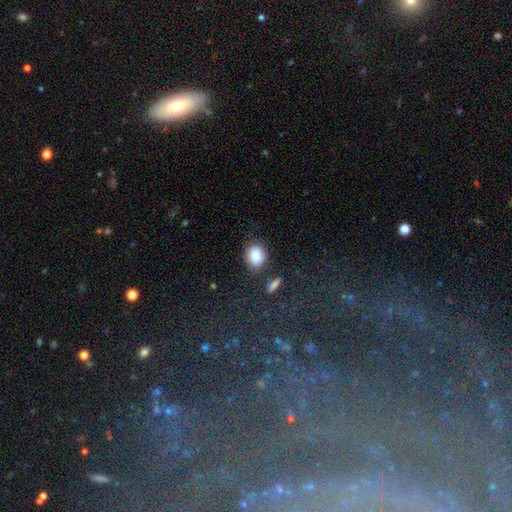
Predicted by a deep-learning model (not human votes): The model was most divided on "how rounded": round: 55%, in between: 43%, cigar-shaped: 1%. More confident: smooth or featured — smooth (82%); merging — none (77%).